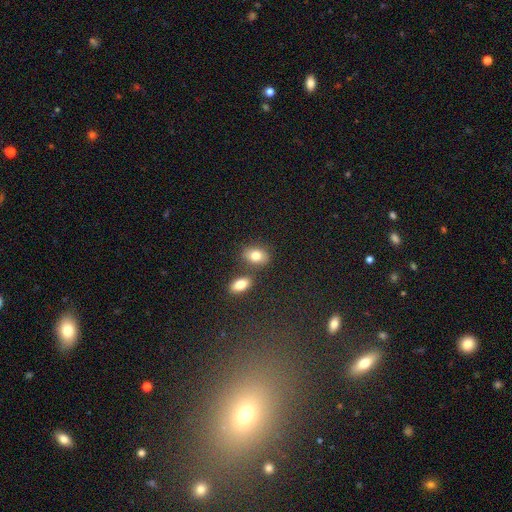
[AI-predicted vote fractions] Smooth or featured? smooth (81%)
How rounded? in between (81%)
Merging? none (70%)